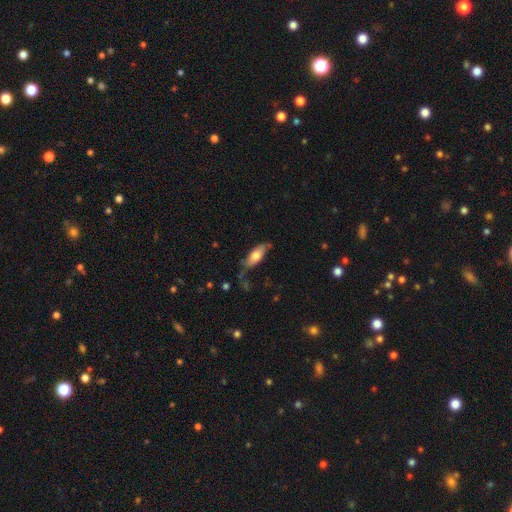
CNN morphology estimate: A smooth galaxy with no disk features (68%) that is in between round and cigar-shaped (76%).

Vote fractions:
- Smooth or featured? smooth: 68% / featured or disk: 25% / star or artifact: 7%
- How rounded? in between: 76% / cigar-shaped: 22% / round: 3%
- Merging? none: 50% / minor disturbance: 29% / major disturbance: 15% / merger: 6%